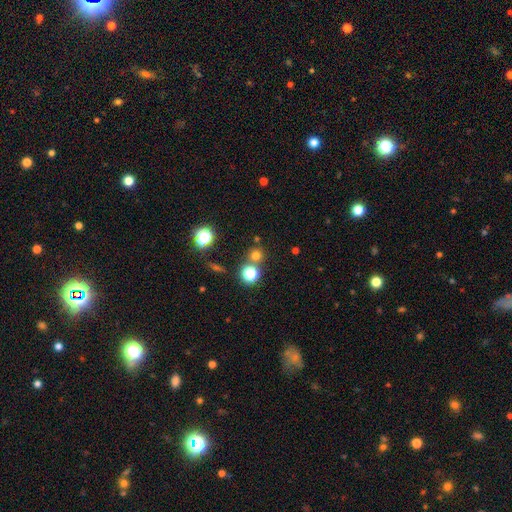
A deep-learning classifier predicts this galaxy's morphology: A smooth galaxy with no disk features (66%) that is round (92%).

Vote fractions:
- Smooth or featured? smooth: 66% / star or artifact: 26% / featured or disk: 8%
- How rounded? round: 92% / in between: 7% / cigar-shaped: 1%
- Merging? none: 71% / merger: 19% / minor disturbance: 7% / major disturbance: 3%